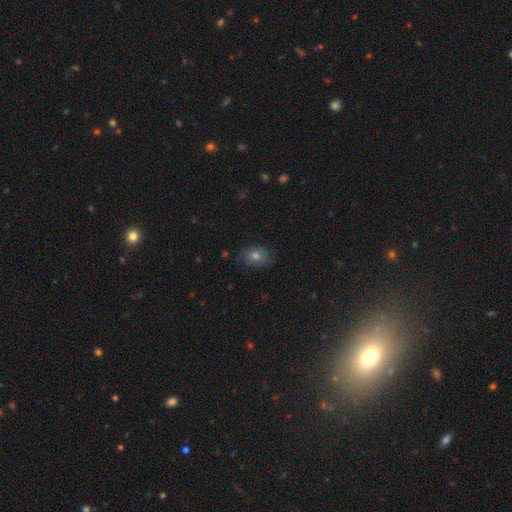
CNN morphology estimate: The model was most divided on "how rounded": in between: 71%, round: 28%, cigar-shaped: 1%. More confident: merging — none (81%); smooth or featured — smooth (67%).